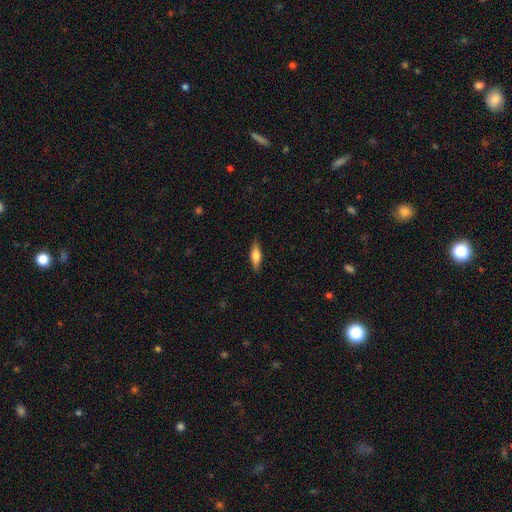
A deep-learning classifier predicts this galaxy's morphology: type=smooth (59%); roundness=cigar-shaped (55%); merging=none (87%).